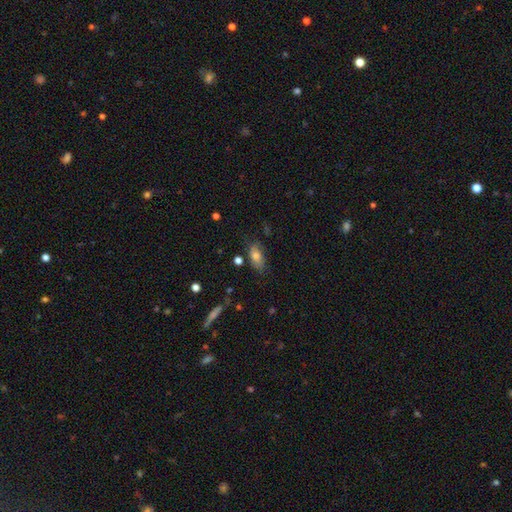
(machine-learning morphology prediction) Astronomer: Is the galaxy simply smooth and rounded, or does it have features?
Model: smooth — 74%.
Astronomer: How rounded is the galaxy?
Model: in between — 86%.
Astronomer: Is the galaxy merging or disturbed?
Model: none — 70%.